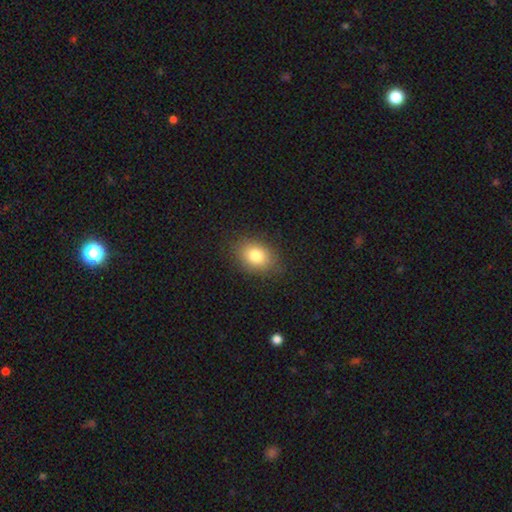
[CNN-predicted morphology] The model was most divided on "how rounded": in between: 68%, round: 31%, cigar-shaped: 1%. More confident: merging — none (84%); smooth or featured — smooth (80%).